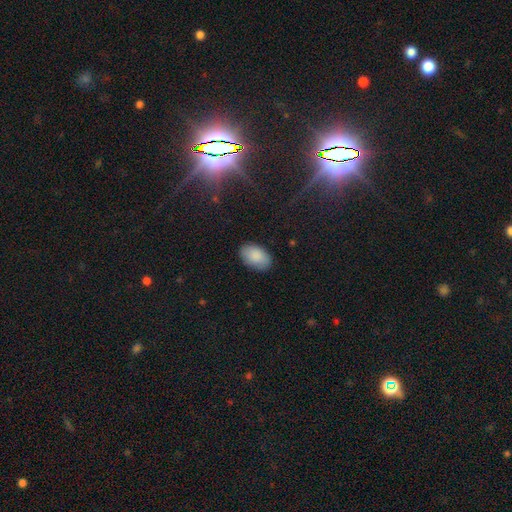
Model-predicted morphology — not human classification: Q: Smooth or featured?
A: smooth (89%); runner-up: star or artifact (6%)
Q: How rounded?
A: in between (93%); runner-up: round (6%)
Q: Merging?
A: none (86%); runner-up: minor disturbance (10%)